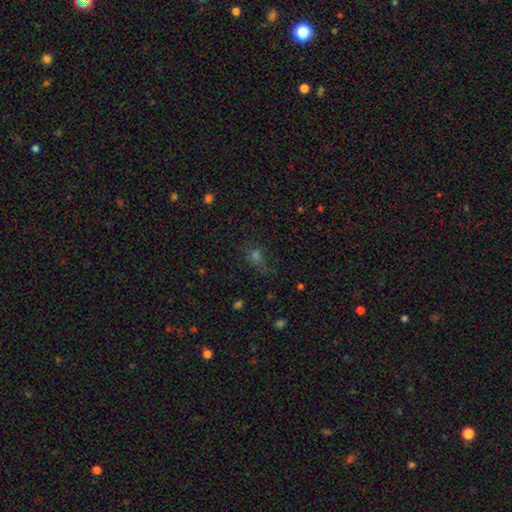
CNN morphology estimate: Smooth or featured: smooth — 54% (star or artifact — 33%)
How rounded: in between — 55% (round — 37%)
Merging: none — 56% (minor disturbance — 23%)